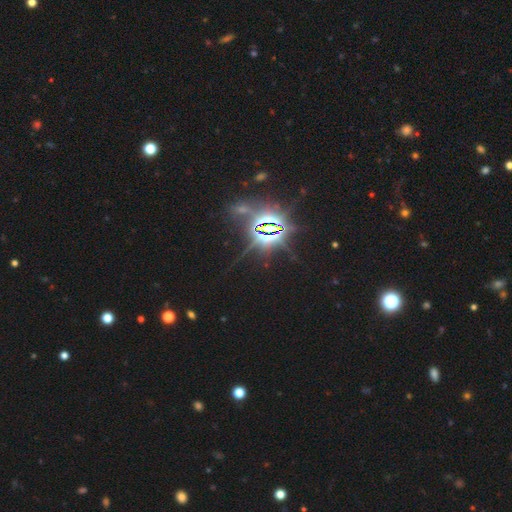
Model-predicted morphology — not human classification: Smooth or featured? star or artifact (80%)